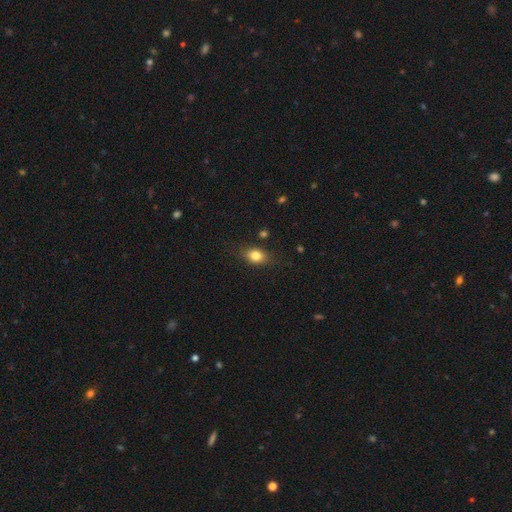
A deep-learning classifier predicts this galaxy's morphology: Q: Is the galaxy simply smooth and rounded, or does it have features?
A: smooth — 80%.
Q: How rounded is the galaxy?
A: in between — 66%.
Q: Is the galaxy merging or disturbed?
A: none — 79%.